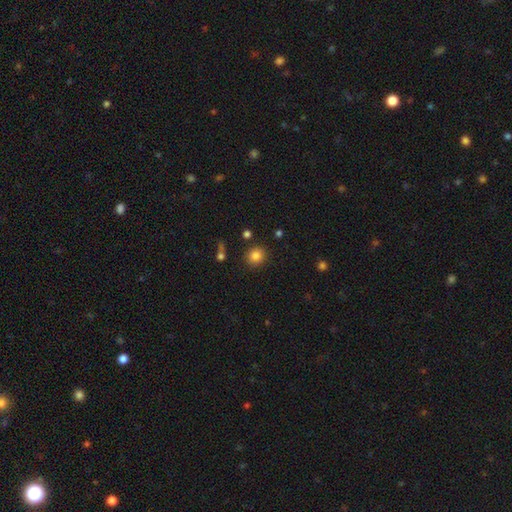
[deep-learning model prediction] A smooth galaxy with no disk features (84%) that is round (82%). Merging: none (86%).